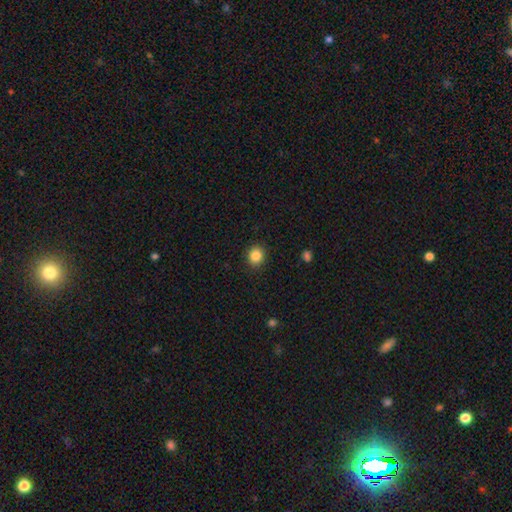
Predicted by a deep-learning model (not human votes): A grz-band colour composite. It shows a smooth galaxy with no disk features (86%) that is round (83%). Merging: none (90%).